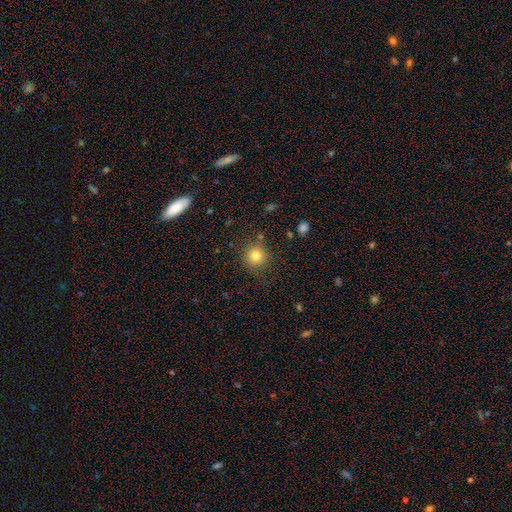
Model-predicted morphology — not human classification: smooth_or_featured: smooth (p=0.79) [alt: star or artifact p=0.13]
how_rounded: round (p=0.92) [alt: in between p=0.07]
merging: none (p=0.82) [alt: minor disturbance p=0.11]